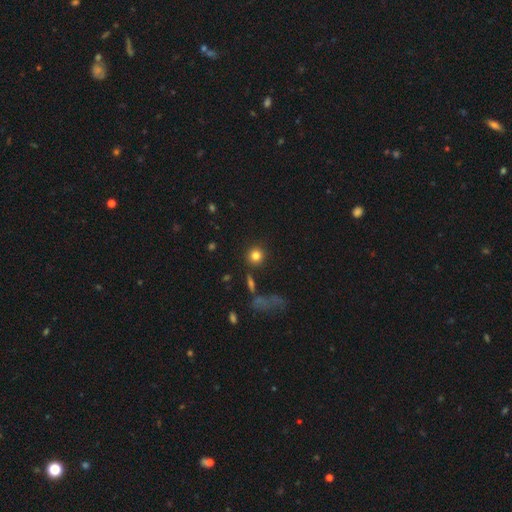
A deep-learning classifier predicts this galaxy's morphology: Smooth or featured? Predicted: smooth (p=0.82). How rounded? Predicted: round (p=0.90). Merging? Predicted: none (p=0.86).